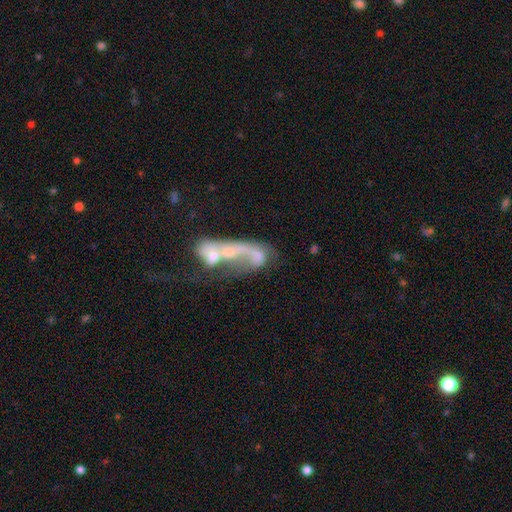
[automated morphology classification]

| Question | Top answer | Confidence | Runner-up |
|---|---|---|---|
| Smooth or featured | featured or disk | 50% | smooth (40%) |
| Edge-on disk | no | 93% | yes (7%) |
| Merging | merger | 65% | major disturbance (19%) |